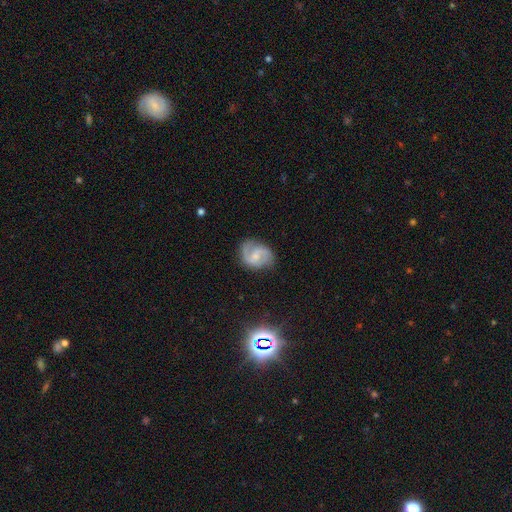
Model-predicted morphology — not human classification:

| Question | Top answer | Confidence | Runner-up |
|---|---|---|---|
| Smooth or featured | featured or disk | 77% | smooth (17%) |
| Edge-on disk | no | 98% | yes (2%) |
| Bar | weak | 50% | no (40%) |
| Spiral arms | yes | 94% | no (6%) |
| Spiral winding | medium | 52% | loose (29%) |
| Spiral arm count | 2 | 84% | can't tell (6%) |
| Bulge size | small | 53% | moderate (34%) |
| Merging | none | 72% | minor disturbance (19%) |